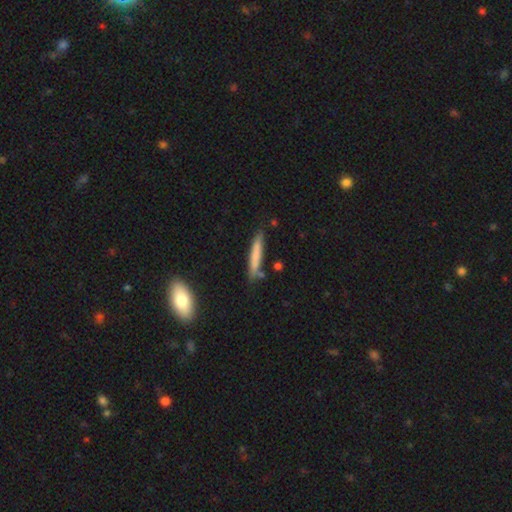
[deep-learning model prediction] smooth_or_featured: smooth (p=0.71) [alt: featured or disk p=0.22]
how_rounded: cigar-shaped (p=0.92) [alt: in between p=0.06]
merging: none (p=0.77) [alt: minor disturbance p=0.15]